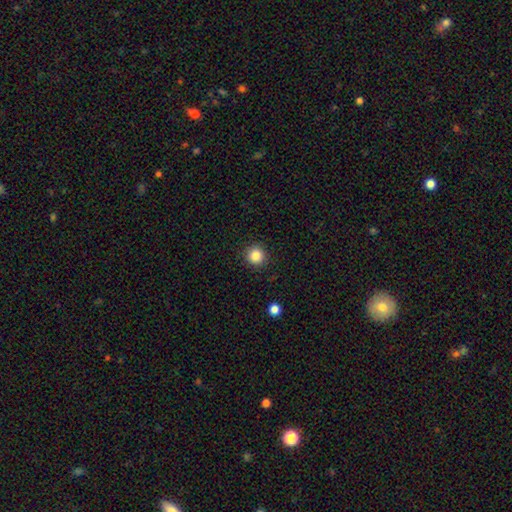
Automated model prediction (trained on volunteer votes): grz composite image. It shows a smooth galaxy with no disk features (85%) that is round (94%). Merging: none (91%).